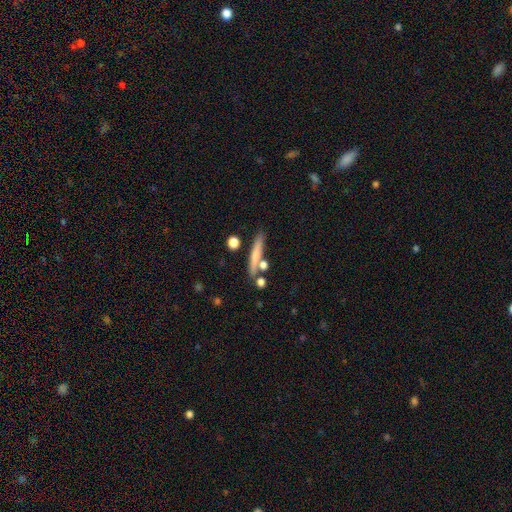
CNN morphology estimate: smooth_or_featured: smooth (p=0.65) [alt: featured or disk p=0.28]
how_rounded: cigar-shaped (p=0.87) [alt: in between p=0.08]
merging: none (p=0.73) [alt: minor disturbance p=0.11]